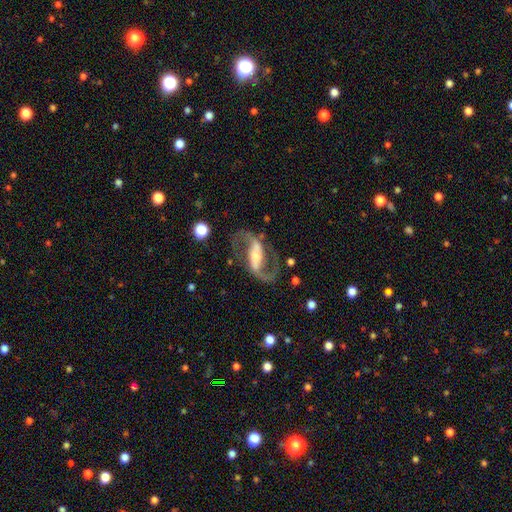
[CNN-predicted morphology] The model was most divided on "bulge size": moderate: 40%, small: 38%, large: 13%, none: 6%, dominant: 2%. Remaining: edge-on disk — no (95%); spiral arms — yes (95%); spiral arm count — 2 (93%); smooth or featured — featured or disk (89%); merging — none (75%); bar — strong (64%); spiral winding — medium (47%).